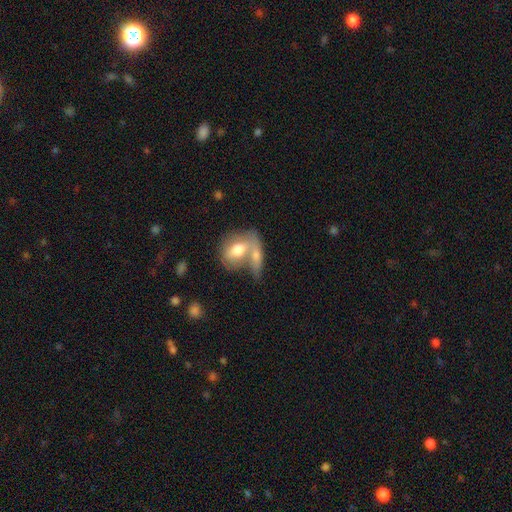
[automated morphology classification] Q: Smooth or featured?
A: smooth (65%); runner-up: featured or disk (29%)
Q: How rounded?
A: in between (67%); runner-up: round (20%)
Q: Merging?
A: merger (60%); runner-up: none (25%)